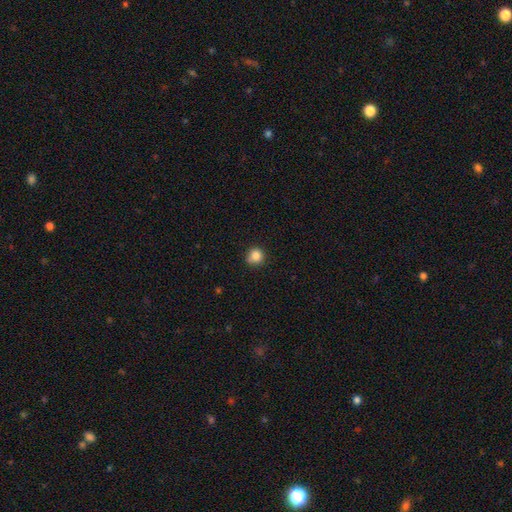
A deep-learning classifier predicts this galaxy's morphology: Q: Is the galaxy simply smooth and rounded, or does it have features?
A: smooth — 85%.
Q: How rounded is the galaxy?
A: round — 90%.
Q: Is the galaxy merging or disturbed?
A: none — 82%.